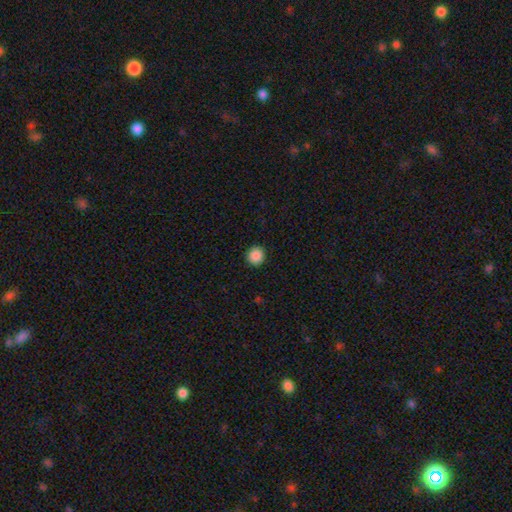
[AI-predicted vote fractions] This is clearly a smooth galaxy (88%). How rounded: clearly round (92%). Merging: clearly none (92%).